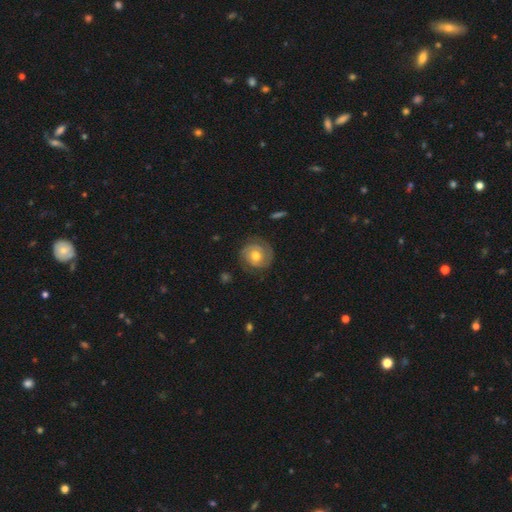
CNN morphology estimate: Smooth or featured? Predicted: featured or disk (p=0.68). Edge-on disk? Predicted: no (p=0.98). Bar? Predicted: no (p=0.70). Spiral arms? Predicted: yes (p=0.88). Spiral winding? Predicted: tight (p=0.65). Spiral arm count? Predicted: 2 (p=0.77). Bulge size? Predicted: moderate (p=0.76). Merging? Predicted: none (p=0.80).